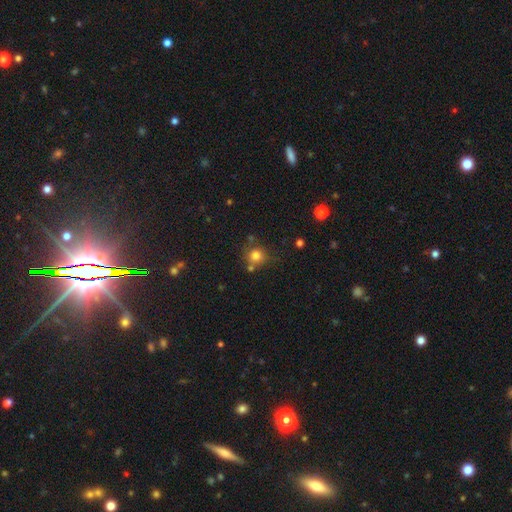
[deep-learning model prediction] Smooth or featured?
  - smooth: 79% *
  - star or artifact: 13%
  - featured or disk: 8%
How rounded?
  - round: 88% *
  - in between: 11%
  - cigar-shaped: 1%
Merging?
  - none: 68% *
  - minor disturbance: 14%
  - merger: 13%
  - major disturbance: 5%